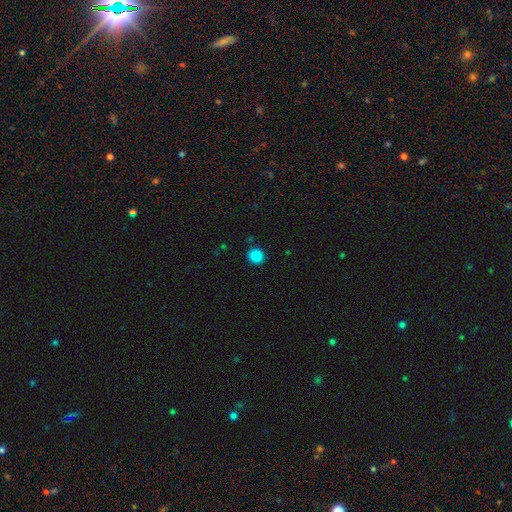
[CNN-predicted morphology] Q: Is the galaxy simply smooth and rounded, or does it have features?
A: smooth — 87%.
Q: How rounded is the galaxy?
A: round — 90%.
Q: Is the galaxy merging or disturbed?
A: none — 89%.